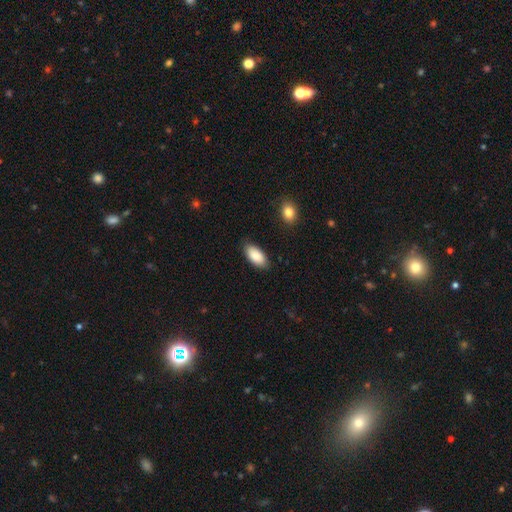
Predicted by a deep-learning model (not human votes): Smooth or featured? smooth (87%)
How rounded? in between (93%)
Merging? none (85%)